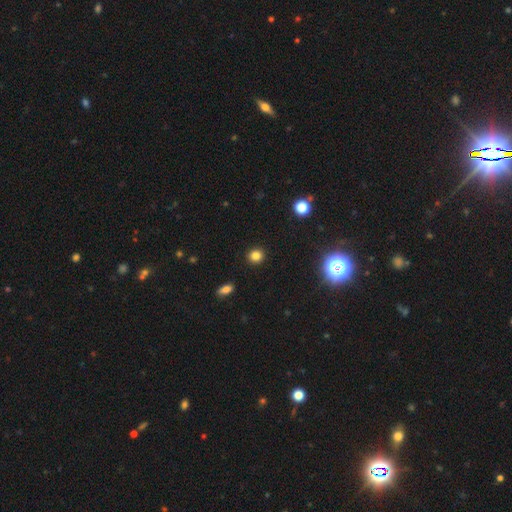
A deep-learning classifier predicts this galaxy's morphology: Smooth or featured? Predicted: smooth (p=0.83). How rounded? Predicted: round (p=0.84). Merging? Predicted: none (p=0.91).